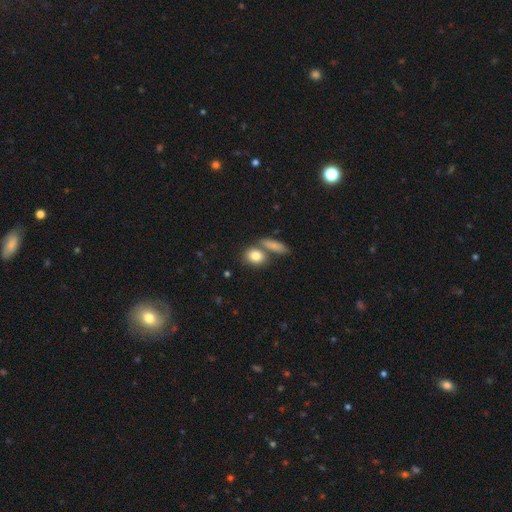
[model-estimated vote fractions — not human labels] This appears to be a smooth galaxy with no disk features (82%) that is in between round and cigar-shaped (51%). Merging: none (55%).